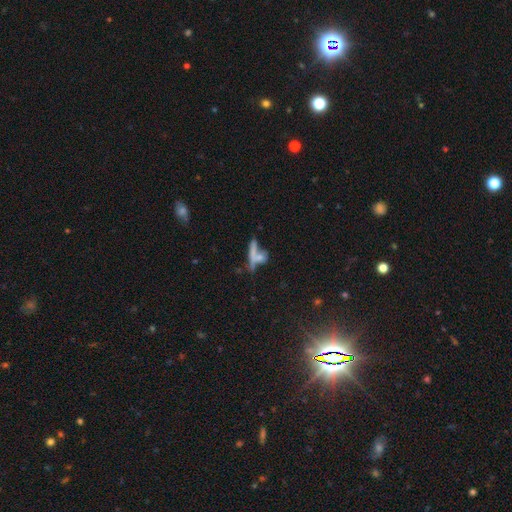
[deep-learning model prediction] A smooth galaxy with no disk features (52%) that is cigar-shaped (62%). Merging: merger (45%).